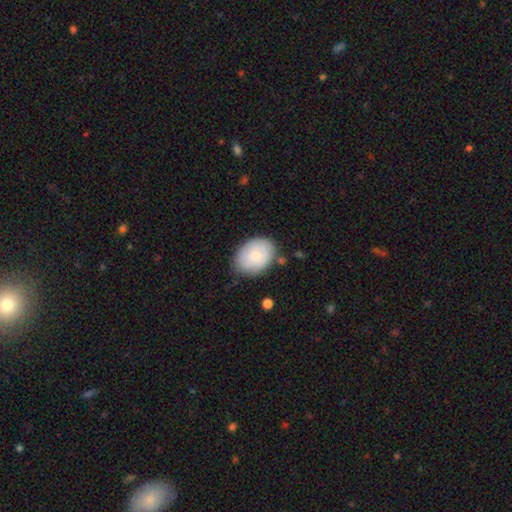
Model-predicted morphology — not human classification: Smooth or featured: smooth — 79% (featured or disk — 15%)
How rounded: in between — 75% (round — 24%)
Merging: none — 77% (minor disturbance — 16%)